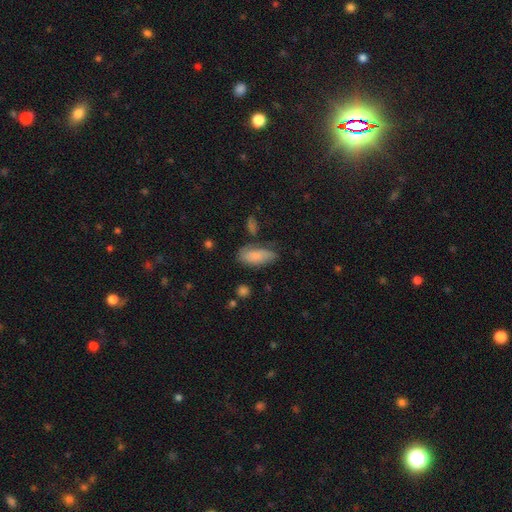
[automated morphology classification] type=smooth (77%); roundness=in between (86%); merging=none (57%).